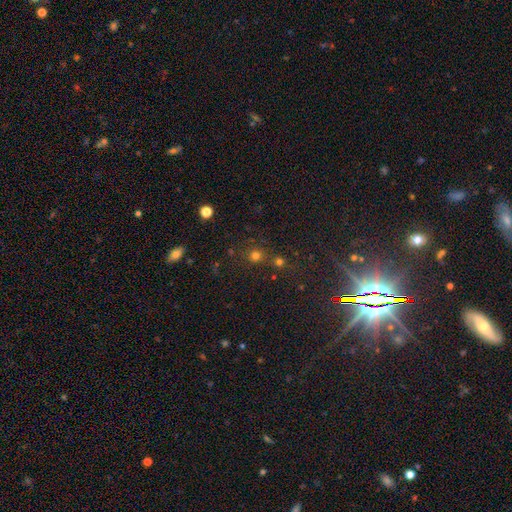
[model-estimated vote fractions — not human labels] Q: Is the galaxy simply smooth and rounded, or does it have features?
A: smooth — 69%.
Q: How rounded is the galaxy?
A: round — 91%.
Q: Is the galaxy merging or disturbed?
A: none — 71%.